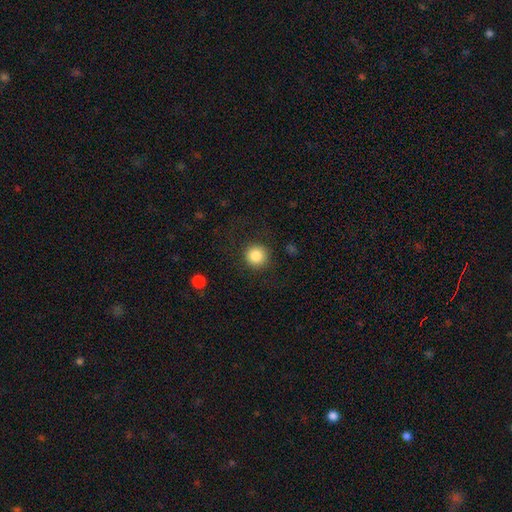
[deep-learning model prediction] Smooth or featured? Predicted: smooth (p=0.86). How rounded? Predicted: round (p=0.94). Merging? Predicted: none (p=0.88).